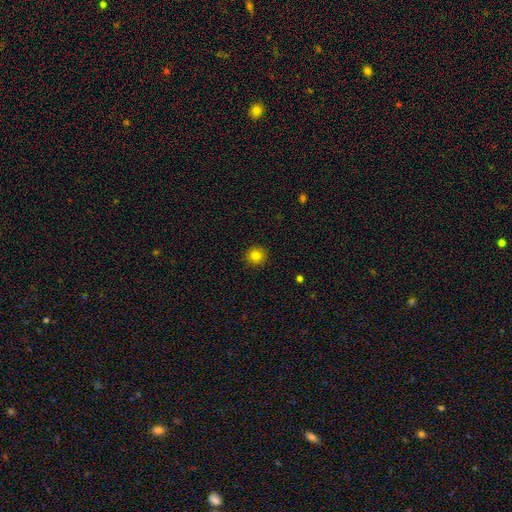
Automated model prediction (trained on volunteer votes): Smooth or featured?
  - smooth: 82% *
  - star or artifact: 12%
  - featured or disk: 6%
How rounded?
  - round: 94% *
  - in between: 5%
  - cigar-shaped: 1%
Merging?
  - none: 92% *
  - minor disturbance: 5%
  - major disturbance: 2%
  - merger: 1%